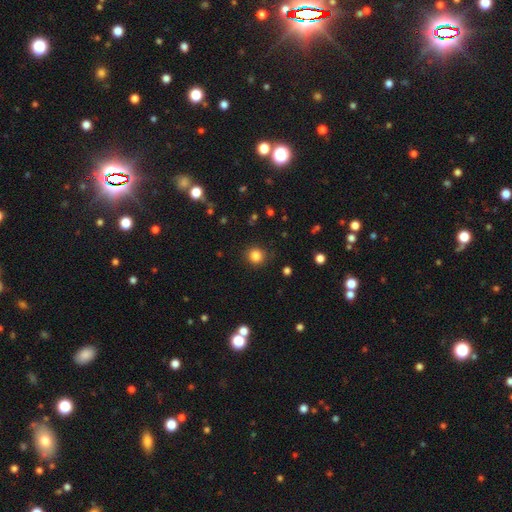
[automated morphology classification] smooth_or_featured: smooth (p=0.84) [alt: star or artifact p=0.12]
how_rounded: round (p=0.90) [alt: in between p=0.09]
merging: none (p=0.88) [alt: minor disturbance p=0.08]